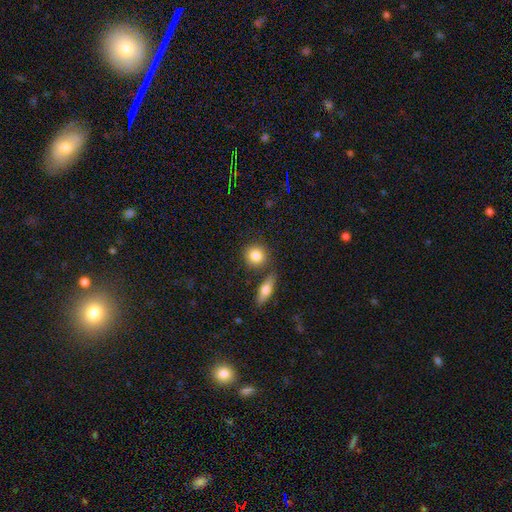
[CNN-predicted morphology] Smooth or featured? Predicted: smooth (p=0.83). How rounded? Predicted: round (p=0.81). Merging? Predicted: none (p=0.76).